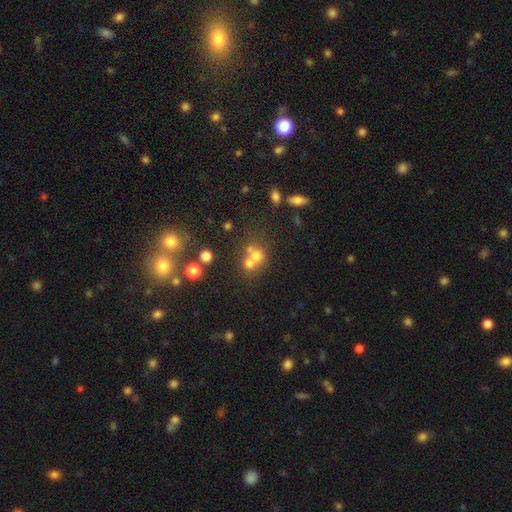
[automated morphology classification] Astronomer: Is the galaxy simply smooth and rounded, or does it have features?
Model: smooth — 45% (runner-up: star or artifact, 43%).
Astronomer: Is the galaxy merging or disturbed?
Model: none — 57%.